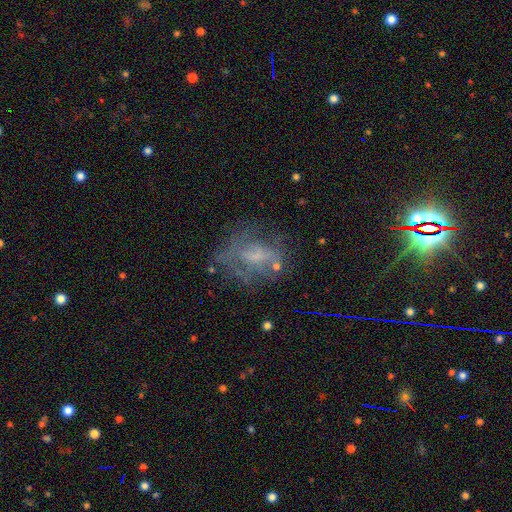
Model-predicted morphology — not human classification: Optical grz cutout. It shows a featured or disk galaxy (50%). Merging: none (45%).